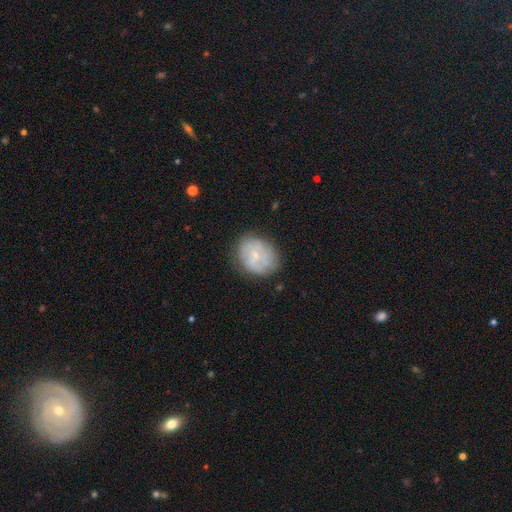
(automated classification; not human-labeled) Overall: featured or disk (46%; smooth 45%). Merging: none (68%).